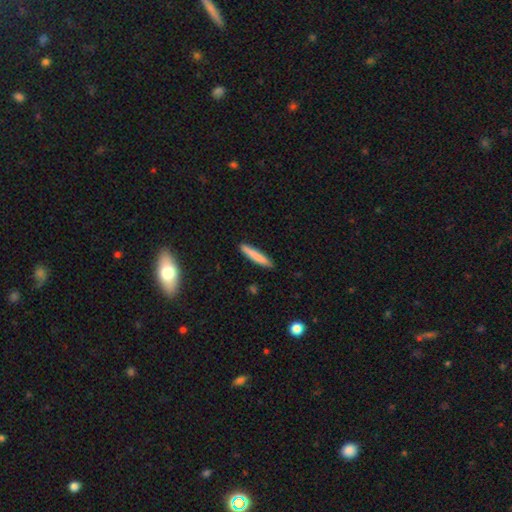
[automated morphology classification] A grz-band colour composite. It shows a smooth galaxy with no disk features (80%) that is cigar-shaped (93%). Merging: none (89%).